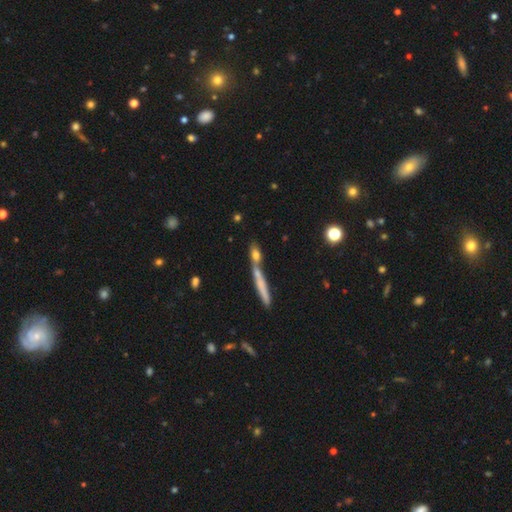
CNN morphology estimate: A smooth galaxy with no disk features (59%) that is cigar-shaped (70%).

Vote fractions:
- Smooth or featured? smooth: 59% / featured or disk: 29% / star or artifact: 12%
- How rounded? cigar-shaped: 70% / in between: 20% / round: 10%
- Merging? none: 49% / merger: 36% / minor disturbance: 10% / major disturbance: 5%